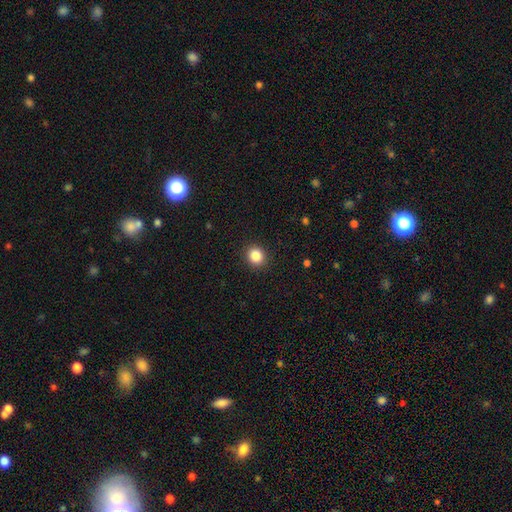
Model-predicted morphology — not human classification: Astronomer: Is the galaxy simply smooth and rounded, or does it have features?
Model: smooth — 86%.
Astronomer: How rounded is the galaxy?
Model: round — 84%.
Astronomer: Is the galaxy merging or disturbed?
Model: none — 92%.